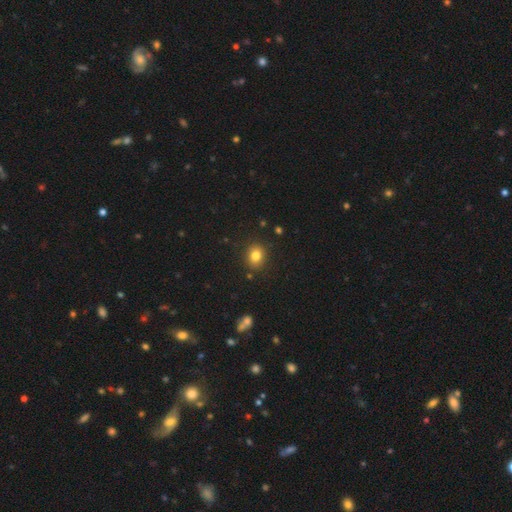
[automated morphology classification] Q: Smooth or featured?
A: smooth (81%); runner-up: star or artifact (12%)
Q: How rounded?
A: round (66%); runner-up: in between (33%)
Q: Merging?
A: none (88%); runner-up: minor disturbance (8%)